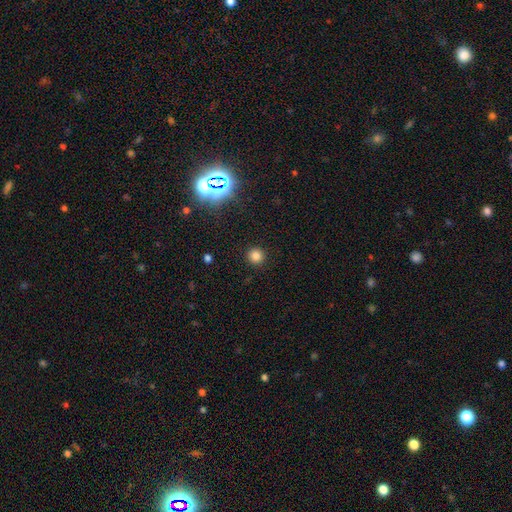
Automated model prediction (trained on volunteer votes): The model was most divided on "smooth or featured": smooth: 80%, star or artifact: 16%, featured or disk: 5%. More confident: how rounded — round (95%); merging — none (92%).